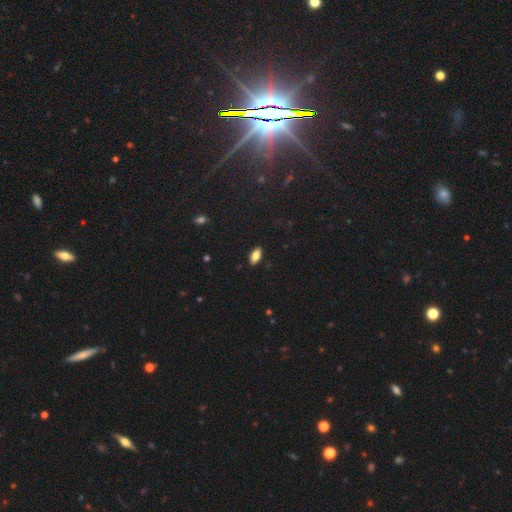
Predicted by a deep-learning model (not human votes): Smooth or featured: smooth — 81% (featured or disk — 11%)
How rounded: in between — 90% (cigar-shaped — 7%)
Merging: none — 89% (minor disturbance — 8%)